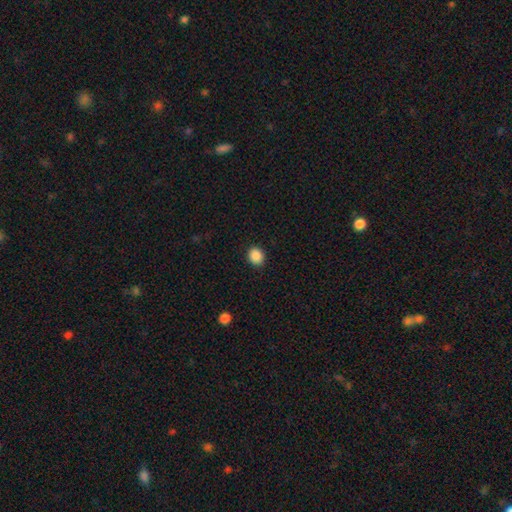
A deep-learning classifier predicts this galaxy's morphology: A smooth galaxy with no disk features (89%) that is round (68%).

Vote fractions:
- Smooth or featured? smooth: 89% / star or artifact: 9% / featured or disk: 2%
- How rounded? round: 68% / in between: 31% / cigar-shaped: 1%
- Merging? none: 90% / minor disturbance: 7% / major disturbance: 2% / merger: 1%